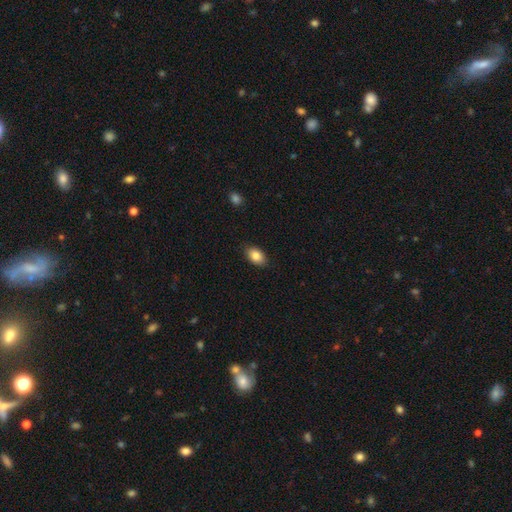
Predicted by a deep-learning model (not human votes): Q: Smooth or featured?
A: smooth (86%); runner-up: star or artifact (7%)
Q: How rounded?
A: in between (88%); runner-up: round (10%)
Q: Merging?
A: none (87%); runner-up: minor disturbance (10%)